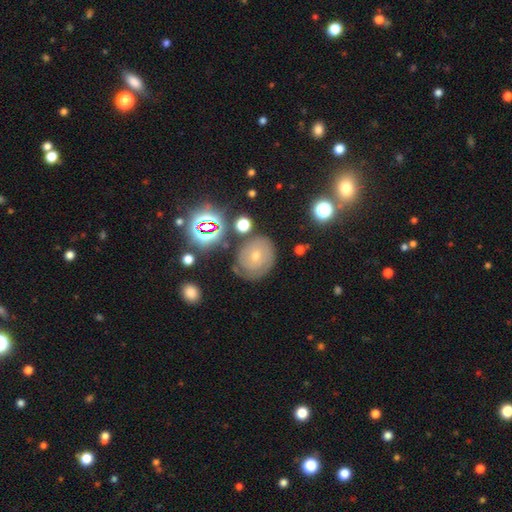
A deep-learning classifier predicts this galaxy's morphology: Smooth or featured? featured or disk (58%)
Edge-on disk? no (96%)
Bar? no (72%)
Spiral arms? yes (78%)
Bulge size? small (57%)
Merging? none (69%)